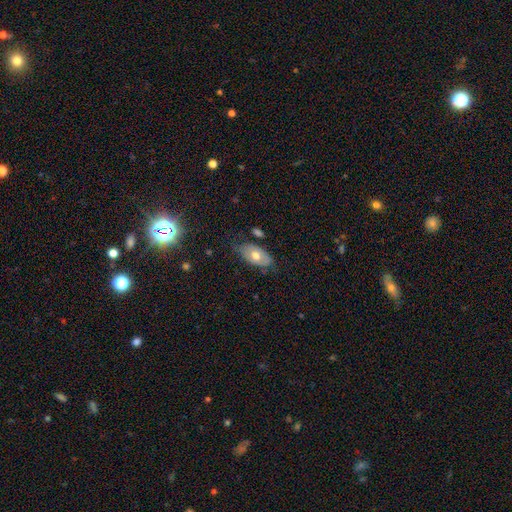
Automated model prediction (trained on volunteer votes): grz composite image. It shows a smooth galaxy with no disk features (58%) that is in between round and cigar-shaped (92%). Merging: none (67%).